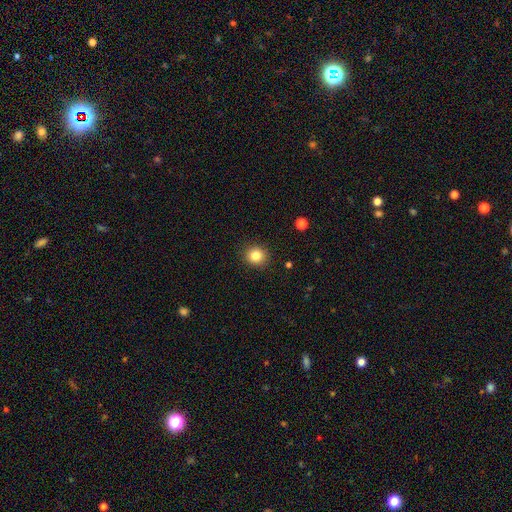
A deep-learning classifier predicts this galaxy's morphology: A smooth galaxy with no disk features (83%) that is round (87%). Merging: none (90%).